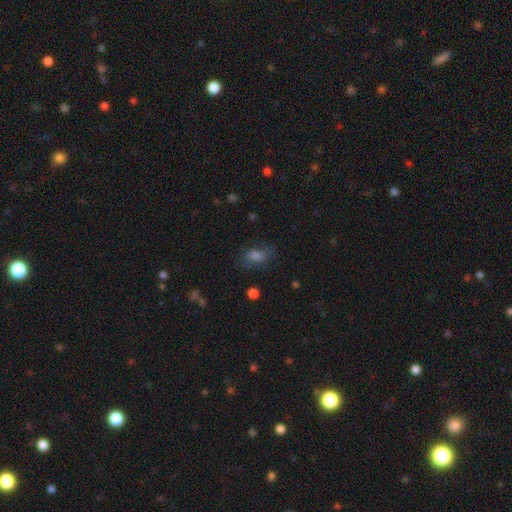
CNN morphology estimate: A smooth galaxy with no disk features (62%) that is in between round and cigar-shaped (79%).

Vote fractions:
- Smooth or featured? smooth: 62% / star or artifact: 21% / featured or disk: 17%
- How rounded? in between: 79% / round: 18% / cigar-shaped: 4%
- Merging? none: 70% / minor disturbance: 19% / major disturbance: 10% / merger: 2%